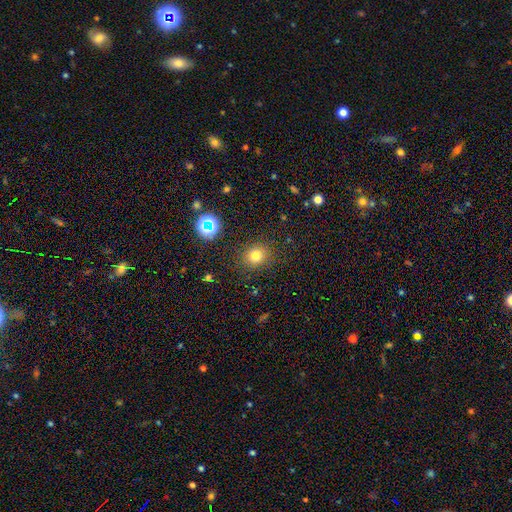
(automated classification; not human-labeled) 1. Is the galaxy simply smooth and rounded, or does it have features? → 75% smooth, 17% star or artifact, 7% featured or disk.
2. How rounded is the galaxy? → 78% round, 21% in between, 1% cigar-shaped.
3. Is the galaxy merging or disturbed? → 85% none, 9% minor disturbance, 4% major disturbance, 2% merger.